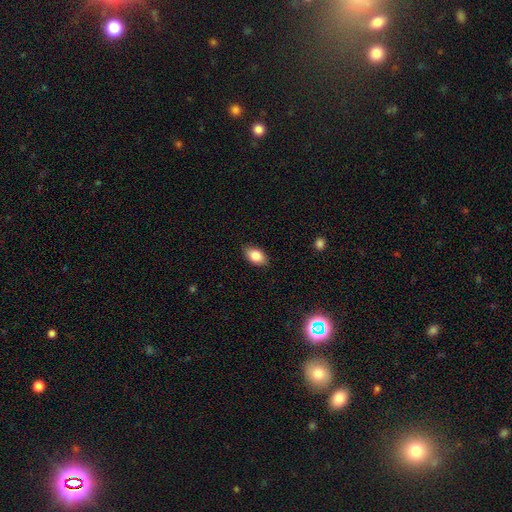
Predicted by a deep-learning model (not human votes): Smooth or featured? smooth (85%)
How rounded? in between (90%)
Merging? none (85%)